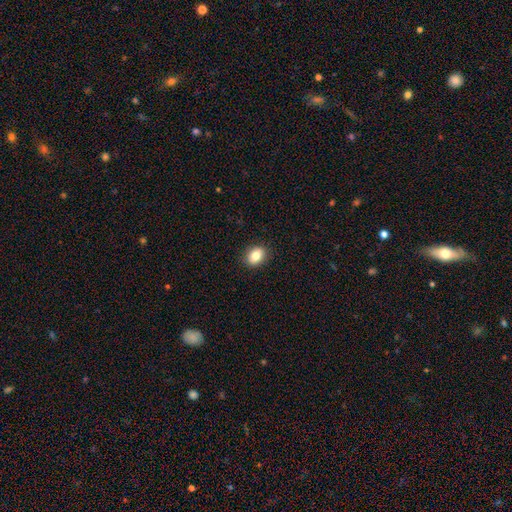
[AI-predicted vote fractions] smooth_or_featured: smooth (p=0.82) [alt: star or artifact p=0.09]
how_rounded: in between (p=0.57) [alt: round p=0.42]
merging: none (p=0.90) [alt: minor disturbance p=0.07]